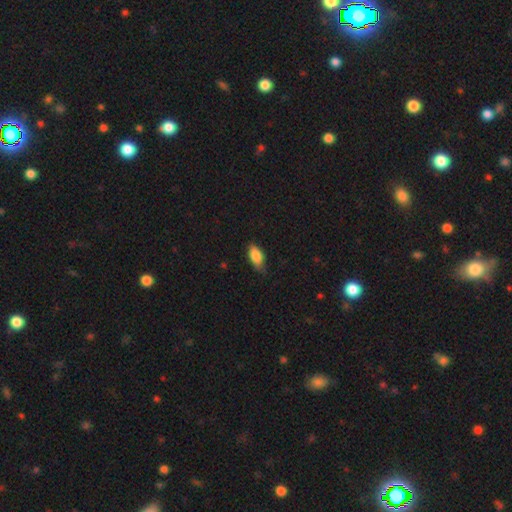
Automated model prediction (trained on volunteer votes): smooth-or-featured: smooth: 84% | featured or disk: 9% | star or artifact: 7%
  how-rounded: in between: 88% | cigar-shaped: 8% | round: 4%
  merging: none: 69% | minor disturbance: 26% | major disturbance: 4% | merger: 1%